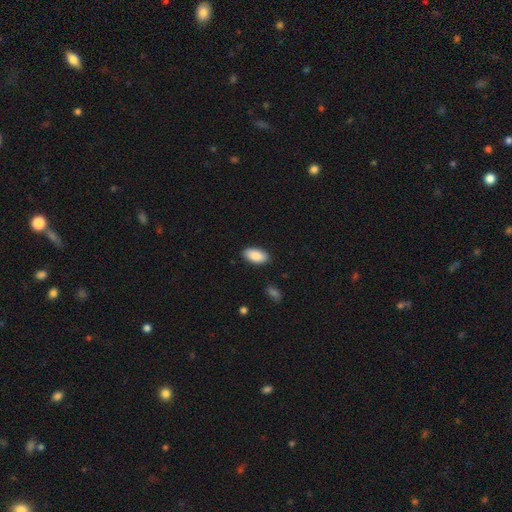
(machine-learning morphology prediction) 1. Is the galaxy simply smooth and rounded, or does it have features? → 88% smooth, 6% star or artifact, 6% featured or disk.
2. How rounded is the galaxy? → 95% in between, 3% cigar-shaped, 2% round.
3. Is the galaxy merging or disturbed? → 88% none, 9% minor disturbance, 2% major disturbance, 1% merger.